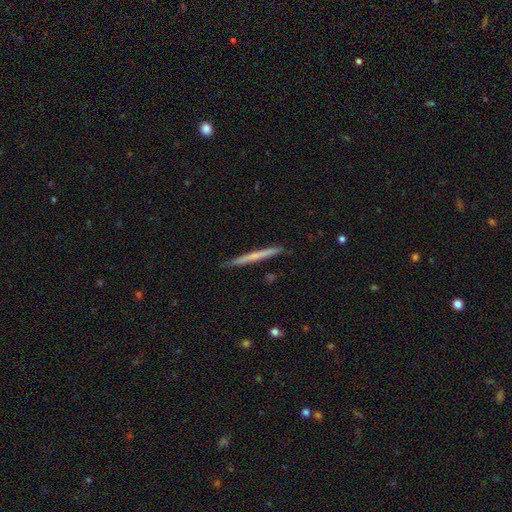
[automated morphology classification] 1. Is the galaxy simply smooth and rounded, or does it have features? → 48% smooth, 46% featured or disk, 6% star or artifact.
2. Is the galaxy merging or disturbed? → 89% none, 8% minor disturbance, 1% major disturbance, 1% merger.